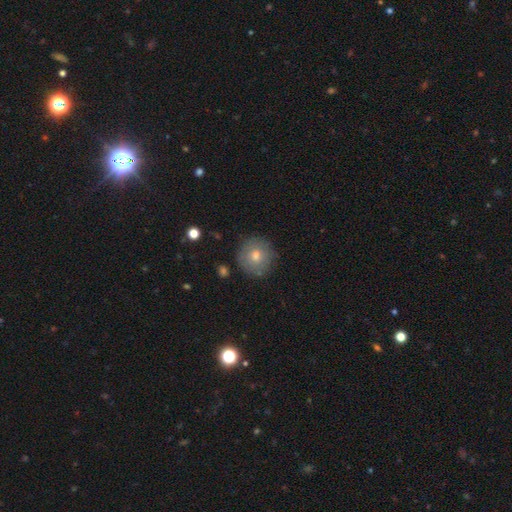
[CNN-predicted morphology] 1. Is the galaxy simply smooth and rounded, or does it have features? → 69% smooth, 18% featured or disk, 13% star or artifact.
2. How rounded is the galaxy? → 95% round, 4% in between, 1% cigar-shaped.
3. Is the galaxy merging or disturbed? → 88% none, 8% minor disturbance, 2% major disturbance, 1% merger.